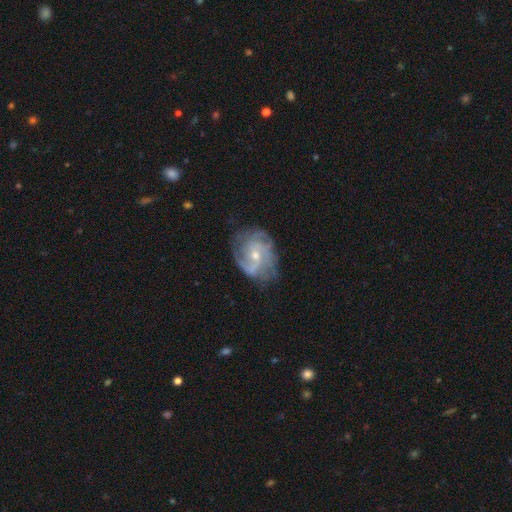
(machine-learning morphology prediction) A featured or disk galaxy (86%) with no bar (47%), 2 (40%) medium (45%) spiral arms (95%) and a small central bulge (56%).

Vote fractions:
- Smooth or featured? featured or disk: 86% / smooth: 8% / star or artifact: 6%
- Edge-on disk? no: 97% / yes: 3%
- Bar? no: 47% / weak: 44% / strong: 9%
- Spiral arms? yes: 95% / no: 5%
- Spiral winding? medium: 45% / tight: 36% / loose: 18%
- Spiral arm count? 2: 40% / can't tell: 22% / 3: 21% / 4: 7% / 1: 5% / more than 4: 5%
- Bulge size? small: 56% / moderate: 41% / none: 1% / large: 1% / dominant: 1%
- Merging? none: 67% / minor disturbance: 22% / major disturbance: 10% / merger: 1%